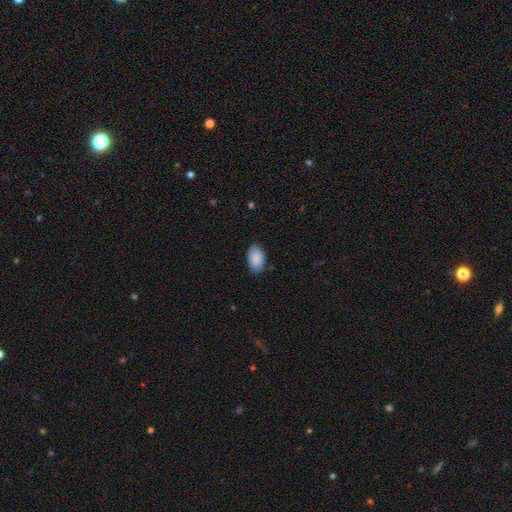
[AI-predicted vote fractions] Q: Smooth or featured?
A: smooth (90%); runner-up: star or artifact (6%)
Q: How rounded?
A: in between (94%); runner-up: round (5%)
Q: Merging?
A: none (82%); runner-up: minor disturbance (14%)